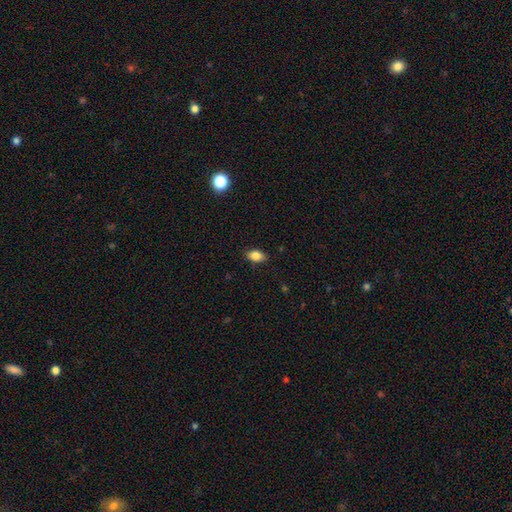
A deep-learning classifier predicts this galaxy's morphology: smooth-or-featured: smooth: 84% | star or artifact: 9% | featured or disk: 8%
  how-rounded: in between: 87% | round: 10% | cigar-shaped: 2%
  merging: none: 87% | minor disturbance: 10% | major disturbance: 2% | merger: 1%